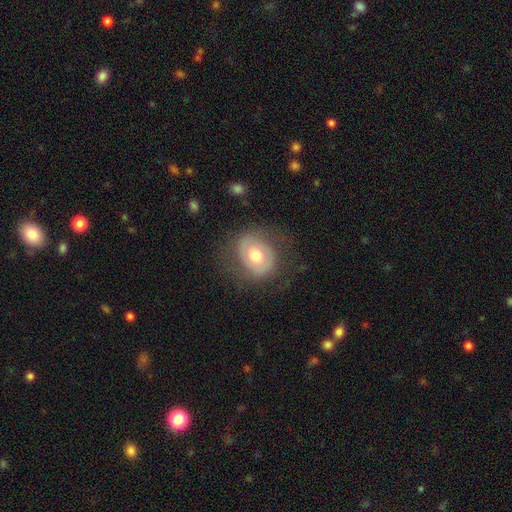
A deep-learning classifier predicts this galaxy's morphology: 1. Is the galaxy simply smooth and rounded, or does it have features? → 50% featured or disk, 43% smooth, 8% star or artifact.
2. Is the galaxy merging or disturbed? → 70% none, 17% minor disturbance, 12% major disturbance, 1% merger.